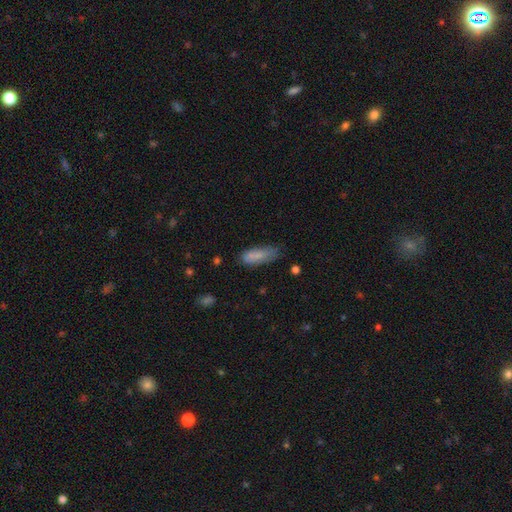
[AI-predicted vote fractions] Q: Smooth or featured?
A: smooth (81%); runner-up: featured or disk (12%)
Q: How rounded?
A: in between (65%); runner-up: cigar-shaped (33%)
Q: Merging?
A: none (56%); runner-up: minor disturbance (31%)